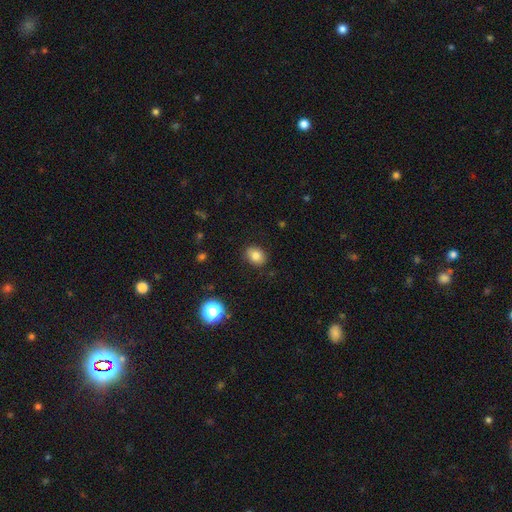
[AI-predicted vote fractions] Overall: smooth (82%). How rounded: in between (61%; round 38%). Merging: none (86%).